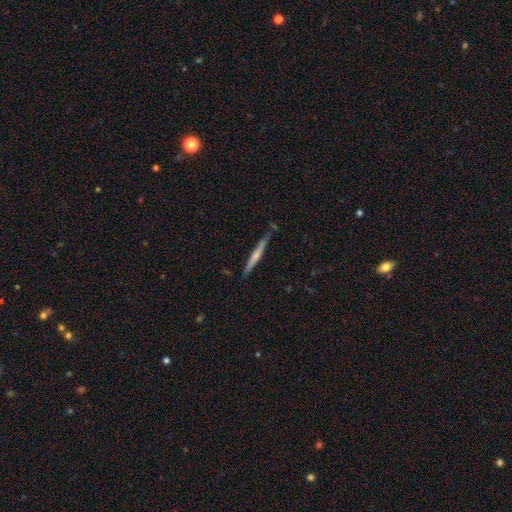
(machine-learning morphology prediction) Smooth or featured? smooth (53%)
How rounded? cigar-shaped (95%)
Merging? none (77%)